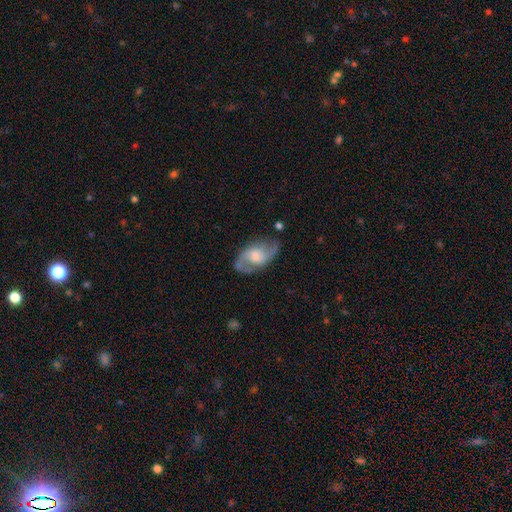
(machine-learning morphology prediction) Q: Smooth or featured?
A: featured or disk (77%); runner-up: smooth (17%)
Q: Edge-on disk?
A: no (96%); runner-up: yes (4%)
Q: Bar?
A: no (48%); runner-up: weak (43%)
Q: Spiral arms?
A: yes (92%); runner-up: no (8%)
Q: Spiral winding?
A: medium (46%); runner-up: loose (40%)
Q: Spiral arm count?
A: 2 (88%); runner-up: can't tell (6%)
Q: Bulge size?
A: moderate (42%); runner-up: small (29%)
Q: Merging?
A: none (72%); runner-up: minor disturbance (18%)